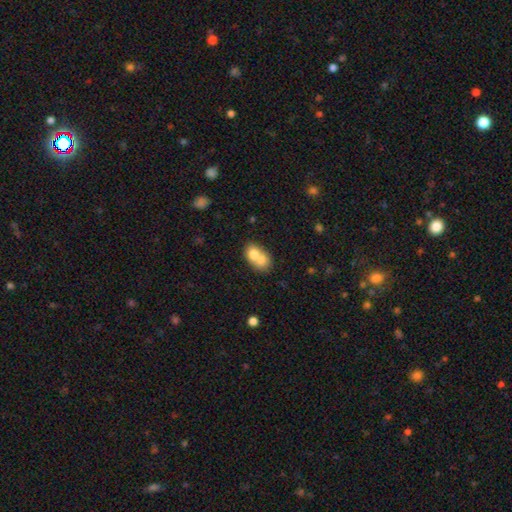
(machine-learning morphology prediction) type=smooth (70%); roundness=in between (57%); merging=merger (70%).